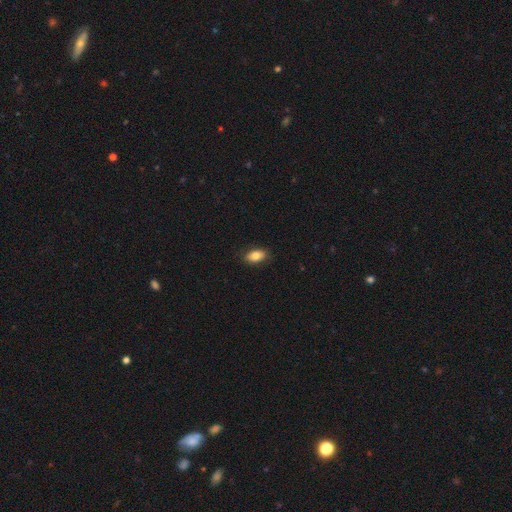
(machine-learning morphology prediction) This appears to be a smooth galaxy with no disk features (82%) that is in between round and cigar-shaped (91%). Merging: none (85%).